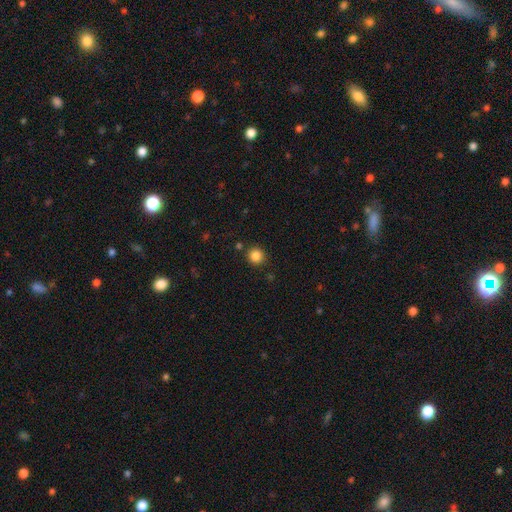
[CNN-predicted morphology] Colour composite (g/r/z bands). It shows a smooth galaxy with no disk features (85%) that is round (93%). Merging: none (87%).